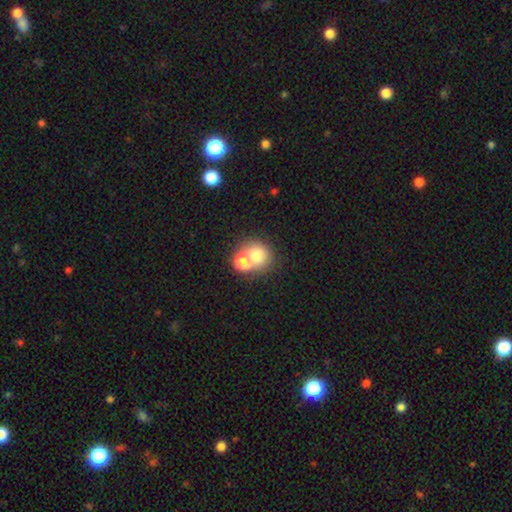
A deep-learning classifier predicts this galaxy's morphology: This is likely a smooth galaxy (71%). How rounded: clearly round (81%). Merging: possibly merger (49%).